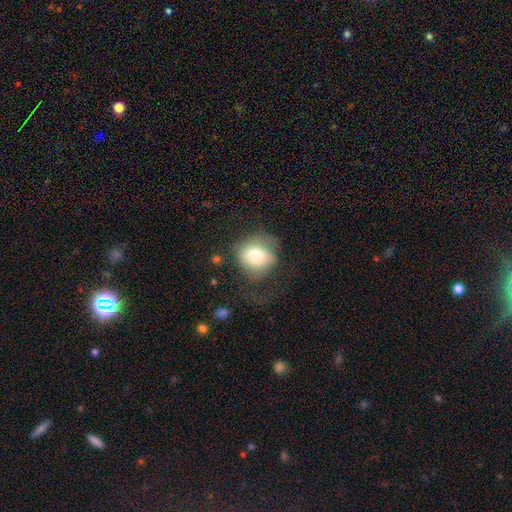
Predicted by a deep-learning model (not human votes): smooth 73%, featured or disk 18%, star or artifact 9%. Down the decision tree: how rounded — round (73%); merging — none (41%).